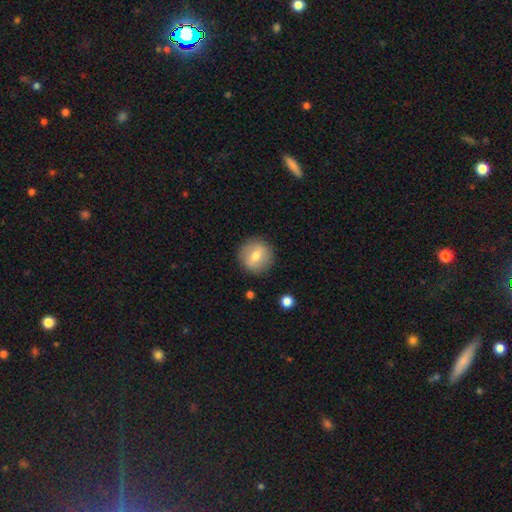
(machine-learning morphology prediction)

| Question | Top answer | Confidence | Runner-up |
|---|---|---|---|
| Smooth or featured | smooth | 68% | featured or disk (24%) |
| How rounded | round | 91% | in between (8%) |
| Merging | none | 89% | minor disturbance (7%) |